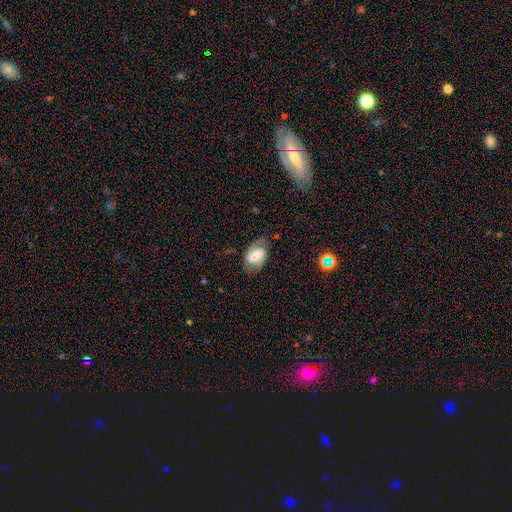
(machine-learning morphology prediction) smooth_or_featured: featured or disk (p=0.55) [alt: smooth p=0.37]
disk_edge_on: no (p=0.95) [alt: yes p=0.05]
bar: weak (p=0.42) [alt: no p=0.31]
has_spiral_arms: yes (p=0.80) [alt: no p=0.20]
bulge_size: moderate (p=0.39) [alt: small p=0.38]
merging: none (p=0.69) [alt: minor disturbance p=0.20]